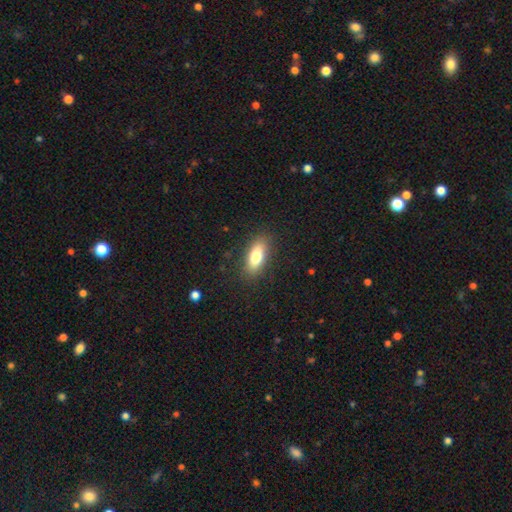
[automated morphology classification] The model was most divided on "smooth or featured": smooth: 73%, featured or disk: 16%, star or artifact: 11%. More confident: merging — none (88%); how rounded — in between (80%).